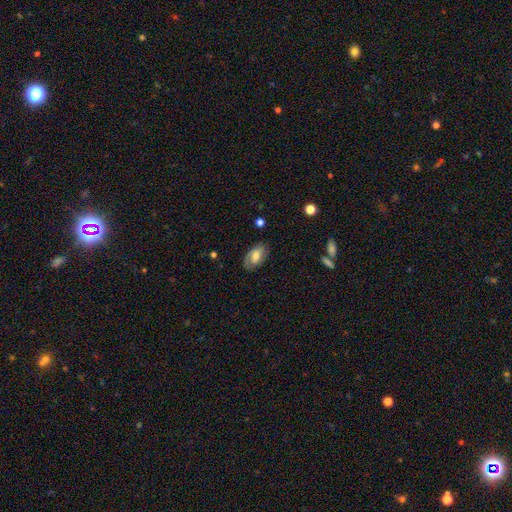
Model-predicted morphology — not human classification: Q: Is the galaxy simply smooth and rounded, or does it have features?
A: smooth — 55%.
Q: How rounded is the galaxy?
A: in between — 91%.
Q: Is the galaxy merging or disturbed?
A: none — 76%.